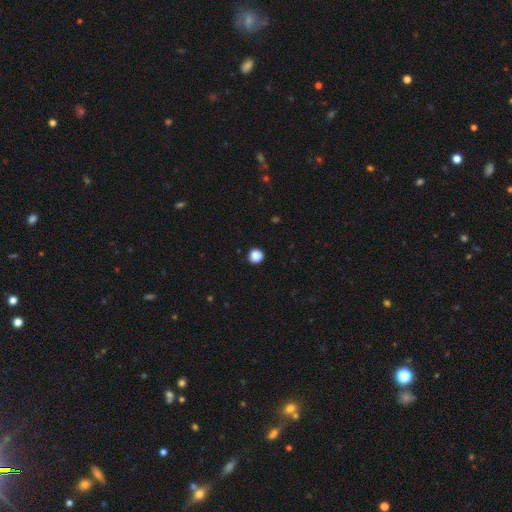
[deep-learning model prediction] Smooth or featured? smooth (87%)
How rounded? round (94%)
Merging? none (91%)